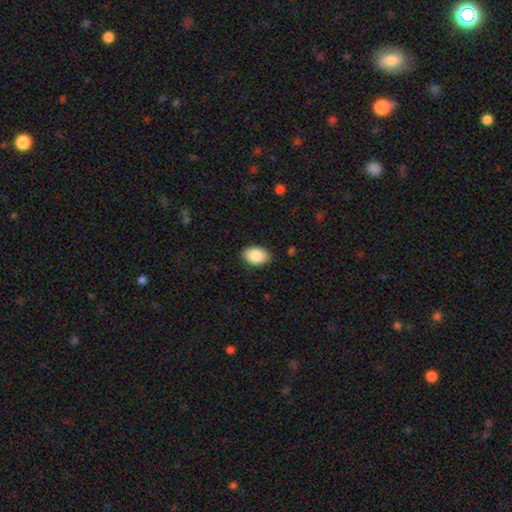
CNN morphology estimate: type=smooth (88%); roundness=in between (88%); merging=none (86%).